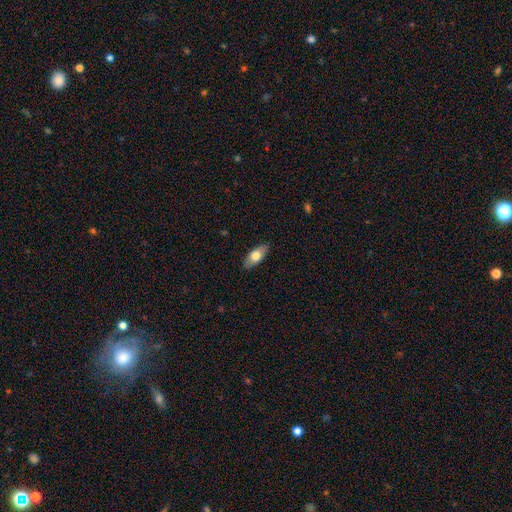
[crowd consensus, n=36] Volunteers were most divided on "smooth or featured": smooth: 69%, featured or disk: 31%, star or artifact: 0%. More confident: how rounded — in between (100%); merging — none (92%).